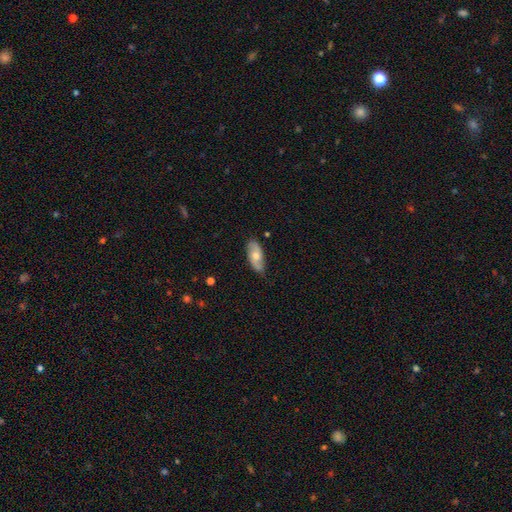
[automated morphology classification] smooth 49%, featured or disk 45%, star or artifact 6%. Down the decision tree: merging — none (79%).